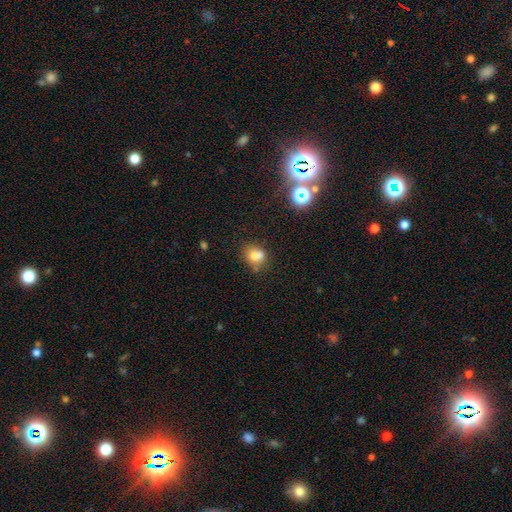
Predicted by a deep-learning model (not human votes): Morphology: type=smooth (72%); roundness=round (55%); merging=none (47%).